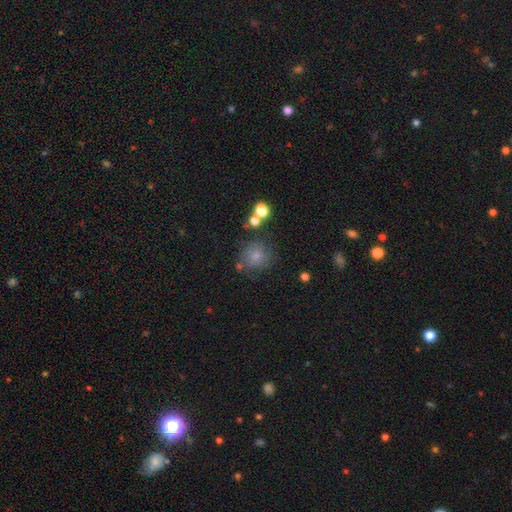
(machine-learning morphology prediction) Smooth or featured?
  - smooth: 73% *
  - featured or disk: 15%
  - star or artifact: 12%
How rounded?
  - round: 86% *
  - in between: 13%
  - cigar-shaped: 1%
Merging?
  - none: 64% *
  - minor disturbance: 17%
  - merger: 11%
  - major disturbance: 8%